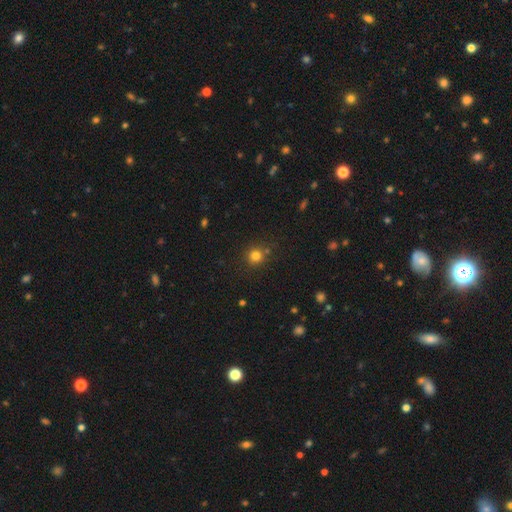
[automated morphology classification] A smooth galaxy with no disk features (79%) that is round (91%). Merging: none (80%).